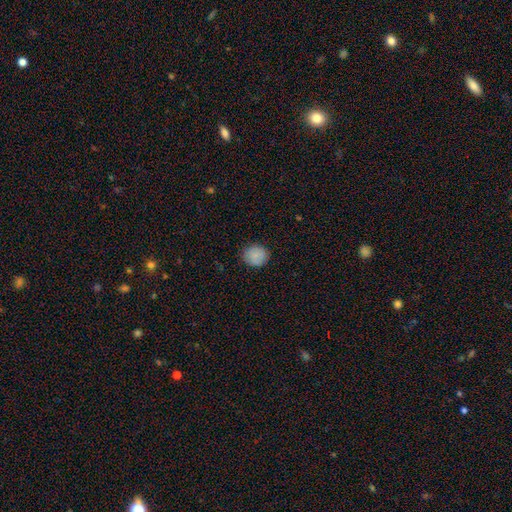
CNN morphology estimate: A smooth galaxy with no disk features (87%) that is round (83%).

Vote fractions:
- Smooth or featured? smooth: 87% / star or artifact: 8% / featured or disk: 5%
- How rounded? round: 83% / in between: 16% / cigar-shaped: 1%
- Merging? none: 87% / minor disturbance: 10% / major disturbance: 2% / merger: 1%